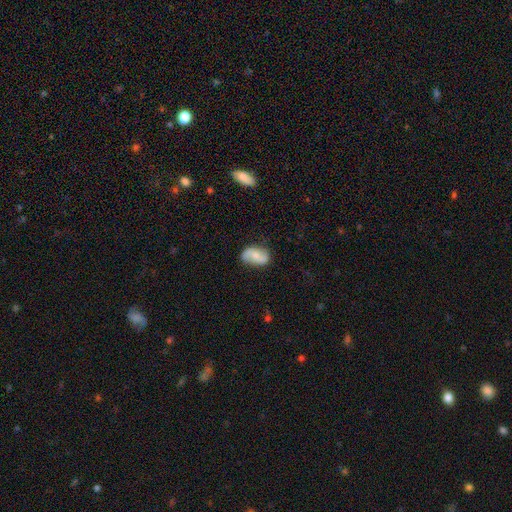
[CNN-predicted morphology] This appears to be a featured or disk galaxy (52%). Merging: none (73%).